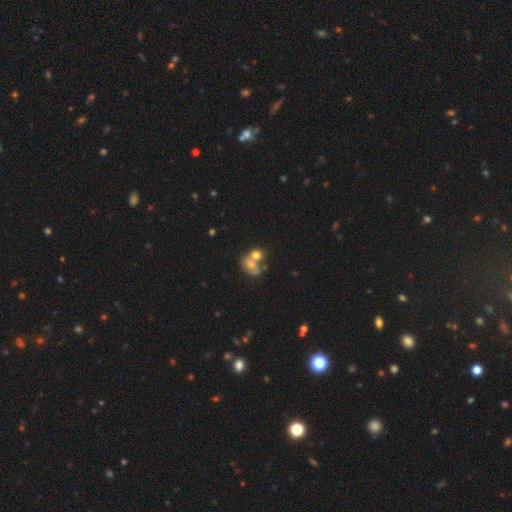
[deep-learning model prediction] Smooth or featured? Predicted: smooth (p=0.68). How rounded? Predicted: in between (p=0.56). Merging? Predicted: merger (p=0.57).